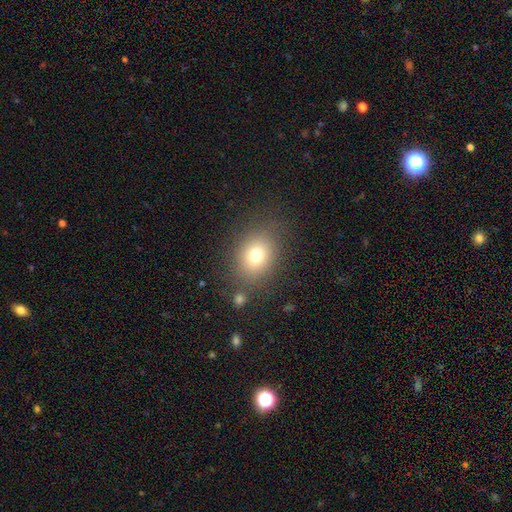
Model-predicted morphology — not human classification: type=smooth (73%); roundness=round (54%); merging=none (76%).